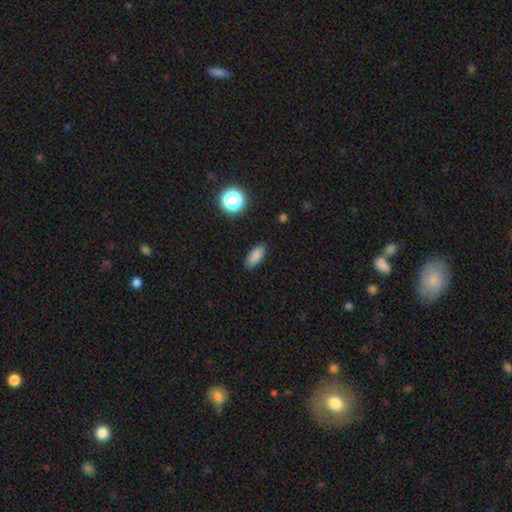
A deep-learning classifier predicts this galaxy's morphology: smooth-or-featured: smooth: 84% | star or artifact: 11% | featured or disk: 5%
  how-rounded: in between: 80% | cigar-shaped: 16% | round: 4%
  merging: none: 86% | minor disturbance: 10% | major disturbance: 2% | merger: 1%